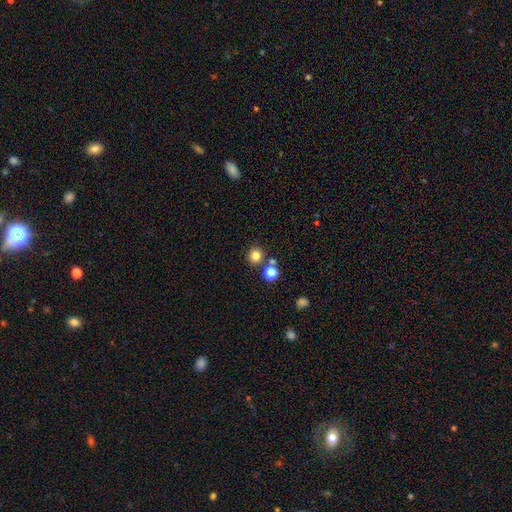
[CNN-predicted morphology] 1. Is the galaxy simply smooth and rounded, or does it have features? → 80% smooth, 15% star or artifact, 6% featured or disk.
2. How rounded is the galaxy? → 91% round, 8% in between, 1% cigar-shaped.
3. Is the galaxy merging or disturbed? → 81% none, 10% merger, 7% minor disturbance, 3% major disturbance.